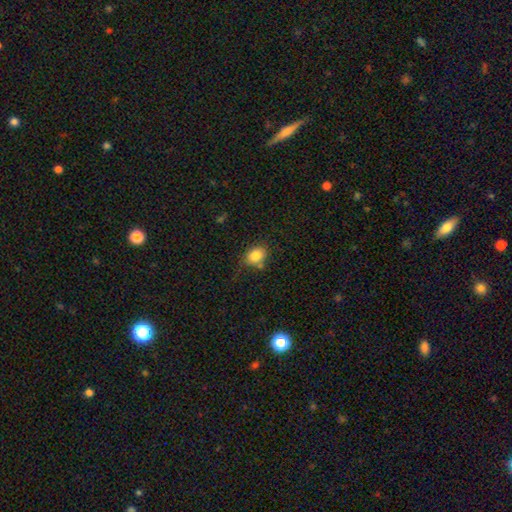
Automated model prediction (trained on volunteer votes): smooth-or-featured: smooth: 83% | star or artifact: 9% | featured or disk: 8%
  how-rounded: in between: 56% | round: 43% | cigar-shaped: 1%
  merging: none: 68% | minor disturbance: 19% | merger: 8% | major disturbance: 5%